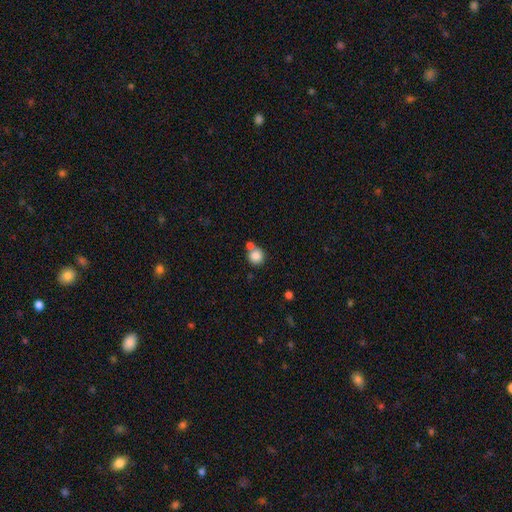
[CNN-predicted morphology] The model was most divided on "merging": none: 58%, merger: 30%, minor disturbance: 9%, major disturbance: 3%. More confident: how rounded — round (91%); smooth or featured — smooth (85%).